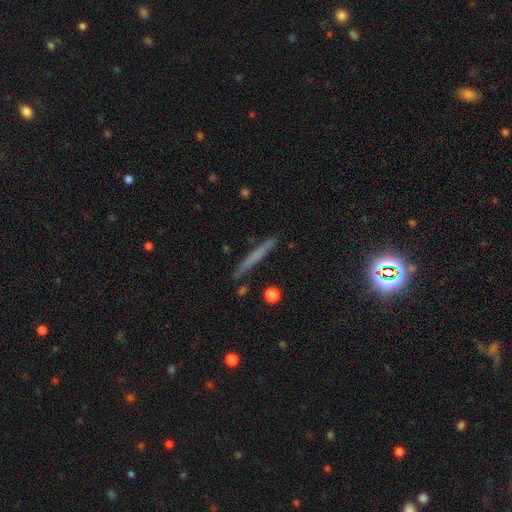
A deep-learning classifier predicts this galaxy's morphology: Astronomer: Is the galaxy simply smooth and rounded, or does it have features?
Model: smooth — 55% (runner-up: featured or disk, 36%).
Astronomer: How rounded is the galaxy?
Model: cigar-shaped — 96%.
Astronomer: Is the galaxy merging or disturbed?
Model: none — 88%.